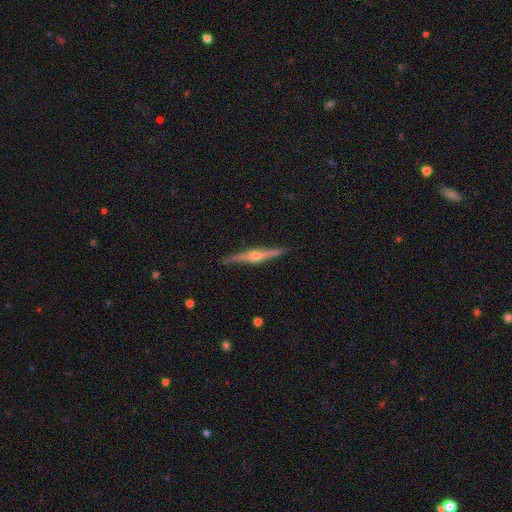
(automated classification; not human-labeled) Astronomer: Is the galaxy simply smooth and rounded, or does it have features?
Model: featured or disk — 80%.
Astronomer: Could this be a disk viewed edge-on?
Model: yes — 98%.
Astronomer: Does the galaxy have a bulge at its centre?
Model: rounded — 91%.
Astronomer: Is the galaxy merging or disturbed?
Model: none — 89%.